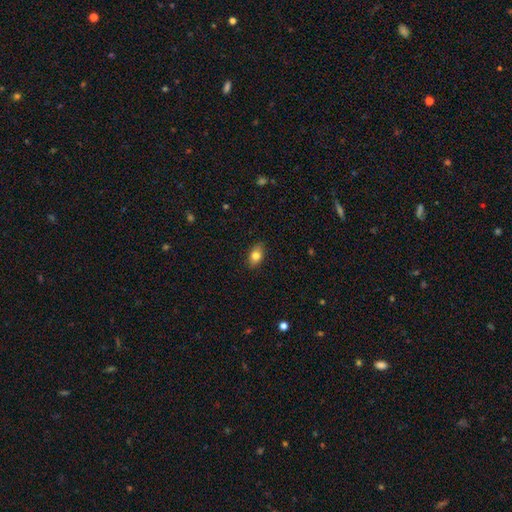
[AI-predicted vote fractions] Overall: smooth (81%). How rounded: in between (87%). Merging: none (86%).